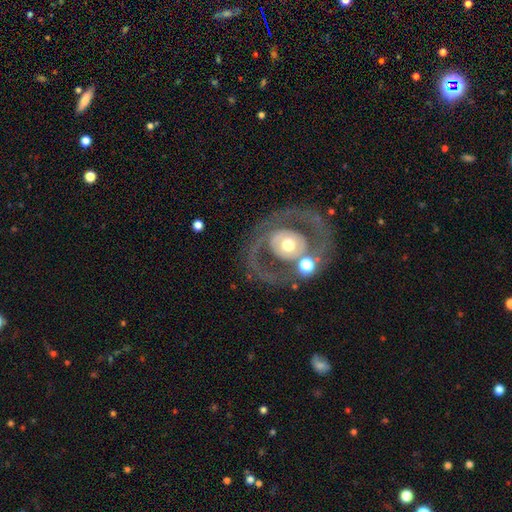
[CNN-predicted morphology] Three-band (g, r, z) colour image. It shows a featured or disk galaxy (80%) with no bar (54%), spiral arms (62%) and a moderate central bulge (59%). Merging: none (67%).